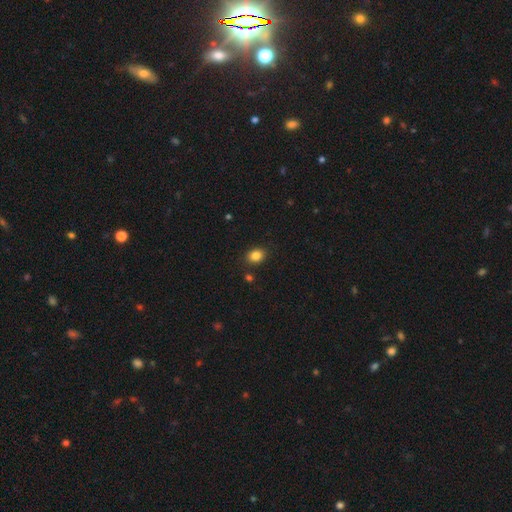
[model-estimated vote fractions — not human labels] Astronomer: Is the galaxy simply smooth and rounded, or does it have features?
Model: smooth — 84%.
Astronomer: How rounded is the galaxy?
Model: in between — 59% (runner-up: round, 40%).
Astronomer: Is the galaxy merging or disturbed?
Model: none — 86%.